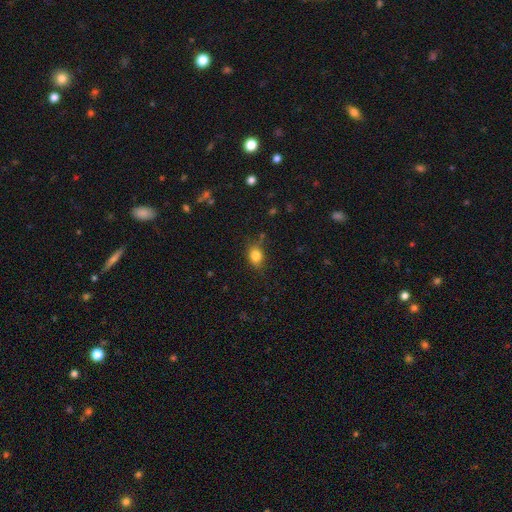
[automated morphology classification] Overall: smooth (82%). How rounded: in between (54%; round 44%). Merging: none (75%).